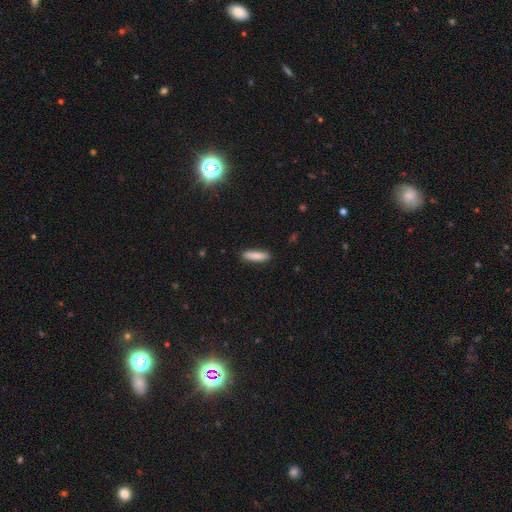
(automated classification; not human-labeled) smooth_or_featured: smooth (p=0.85) [alt: featured or disk p=0.09]
how_rounded: cigar-shaped (p=0.75) [alt: in between p=0.23]
merging: none (p=0.89) [alt: minor disturbance p=0.08]